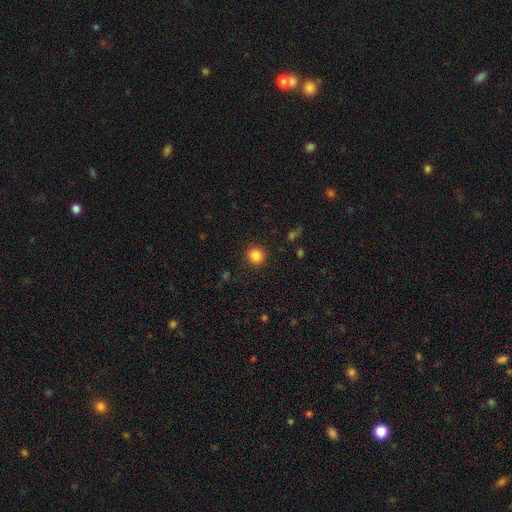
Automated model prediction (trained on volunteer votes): Overall: smooth (85%). How rounded: round (93%). Merging: none (90%).